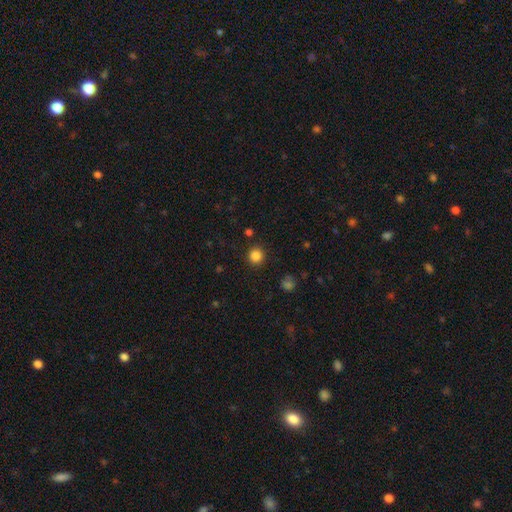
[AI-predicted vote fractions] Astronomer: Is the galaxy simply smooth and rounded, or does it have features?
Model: smooth — 84%.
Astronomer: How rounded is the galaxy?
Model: round — 93%.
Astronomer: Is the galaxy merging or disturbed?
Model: none — 90%.